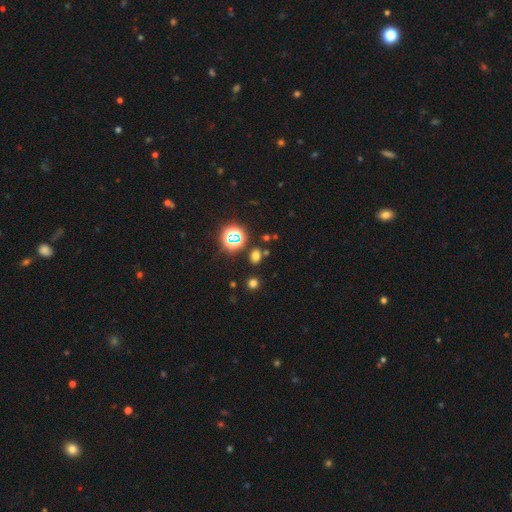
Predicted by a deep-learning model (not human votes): The model was most divided on "how rounded": in between: 58%, round: 40%, cigar-shaped: 2%. More confident: merging — none (80%); smooth or featured — smooth (61%).